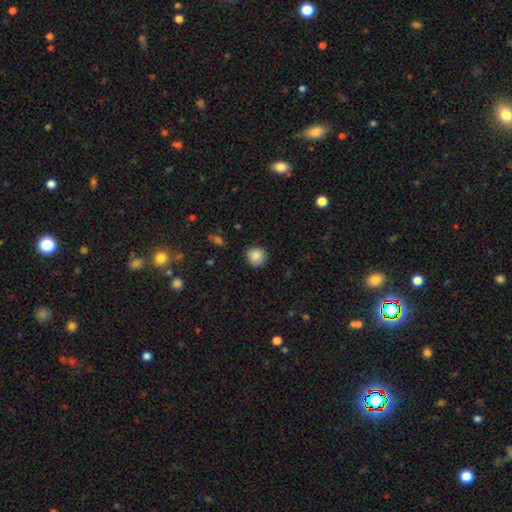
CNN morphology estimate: A smooth galaxy with no disk features (87%) that is round (93%).

Vote fractions:
- Smooth or featured? smooth: 87% / star or artifact: 9% / featured or disk: 4%
- How rounded? round: 93% / in between: 6% / cigar-shaped: 1%
- Merging? none: 88% / minor disturbance: 9% / major disturbance: 2% / merger: 1%